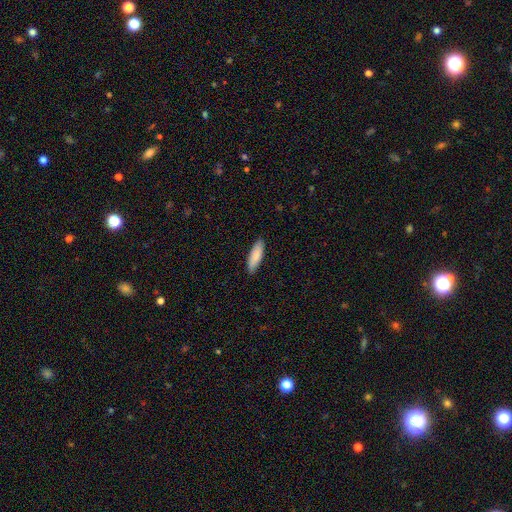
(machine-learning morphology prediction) A smooth galaxy with no disk features (85%) that is in between round and cigar-shaped (53%). Merging: none (88%).